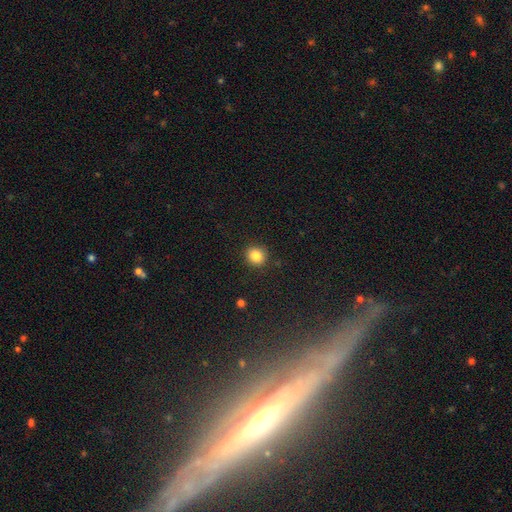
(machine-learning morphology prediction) This appears to be a smooth galaxy with no disk features (85%) that is round (82%). Merging: none (90%).